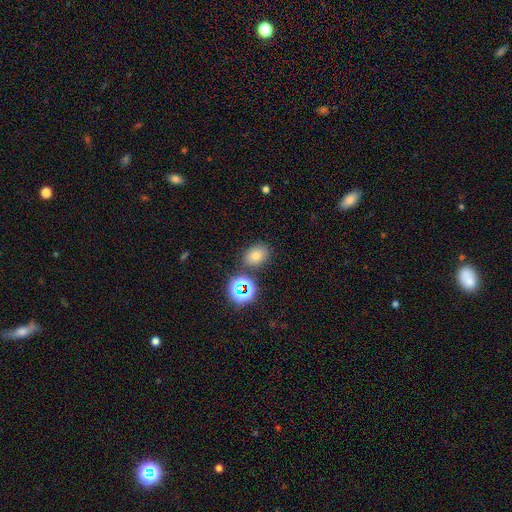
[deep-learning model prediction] Morphology: type=smooth (69%); roundness=in between (60%); merging=none (79%).